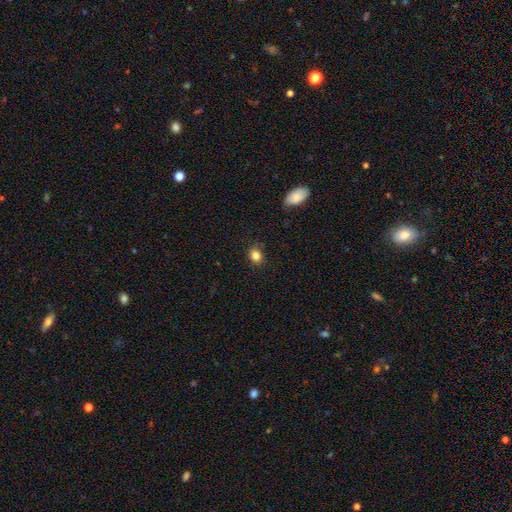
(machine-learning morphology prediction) type=smooth (84%); roundness=round (56%); merging=none (79%).